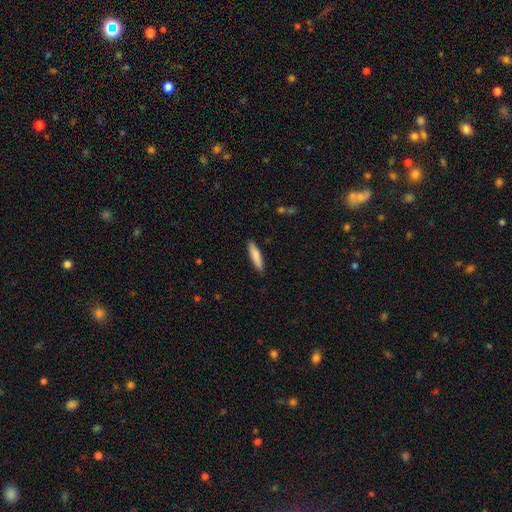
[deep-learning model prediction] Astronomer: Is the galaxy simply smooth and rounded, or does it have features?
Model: smooth — 85%.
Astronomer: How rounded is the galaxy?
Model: cigar-shaped — 80%.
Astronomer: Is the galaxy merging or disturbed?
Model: none — 89%.